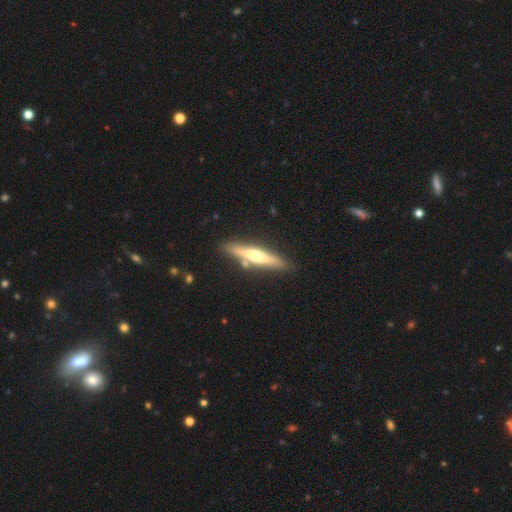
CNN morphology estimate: Smooth or featured: featured or disk — 57% (smooth — 37%)
Edge-on disk: yes — 92% (no — 8%)
Edge-on bulge: rounded — 89% (none — 8%)
Merging: none — 83% (minor disturbance — 10%)